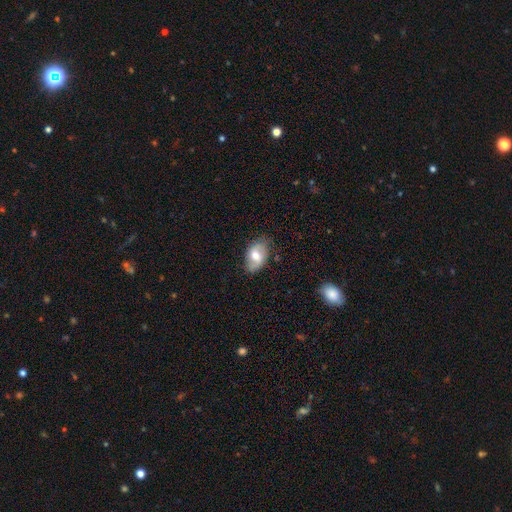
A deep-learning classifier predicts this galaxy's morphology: smooth 54%, featured or disk 39%, star or artifact 7%. Down the decision tree: how rounded — in between (88%); merging — none (74%).